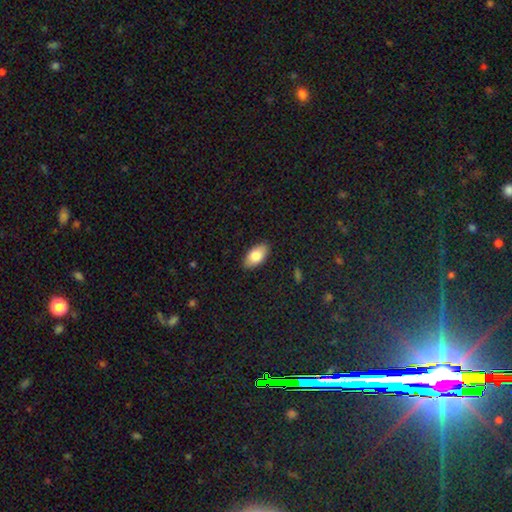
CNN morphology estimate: Smooth or featured: smooth — 79% (featured or disk — 14%)
How rounded: in between — 94% (round — 3%)
Merging: none — 88% (minor disturbance — 9%)